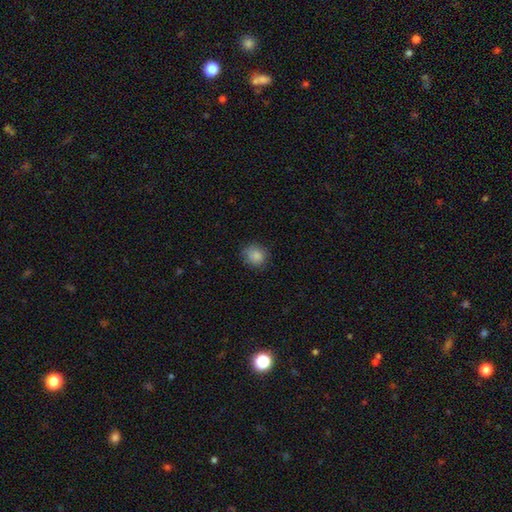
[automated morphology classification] Smooth or featured? Predicted: smooth (p=0.86). How rounded? Predicted: round (p=0.75). Merging? Predicted: none (p=0.81).